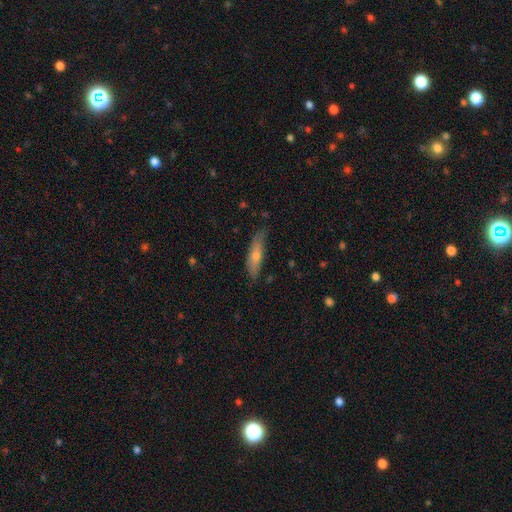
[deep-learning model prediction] Q: Smooth or featured?
A: smooth (62%); runner-up: featured or disk (32%)
Q: How rounded?
A: cigar-shaped (69%); runner-up: in between (29%)
Q: Merging?
A: none (70%); runner-up: minor disturbance (24%)